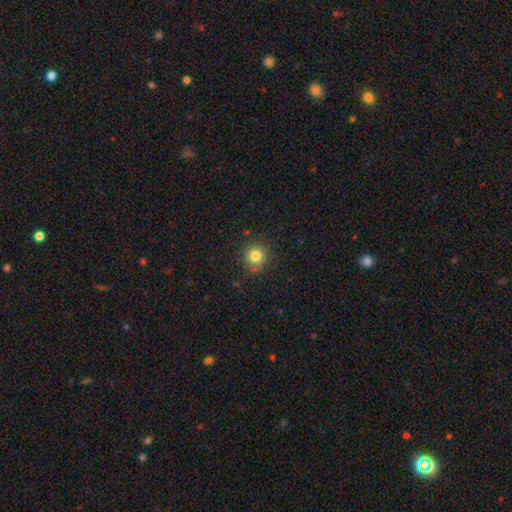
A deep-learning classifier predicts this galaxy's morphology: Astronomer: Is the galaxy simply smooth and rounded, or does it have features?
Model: smooth — 81%.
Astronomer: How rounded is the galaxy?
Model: round — 92%.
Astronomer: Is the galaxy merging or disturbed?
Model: none — 86%.